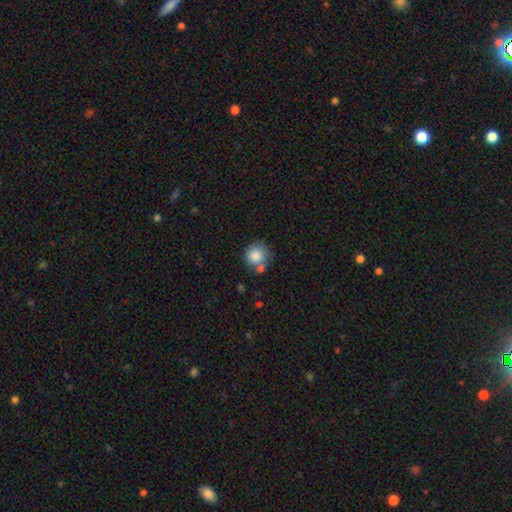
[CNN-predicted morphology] smooth-or-featured: smooth: 84% | star or artifact: 9% | featured or disk: 8%
  how-rounded: round: 90% | in between: 9% | cigar-shaped: 1%
  merging: none: 57% | merger: 21% | minor disturbance: 17% | major disturbance: 5%